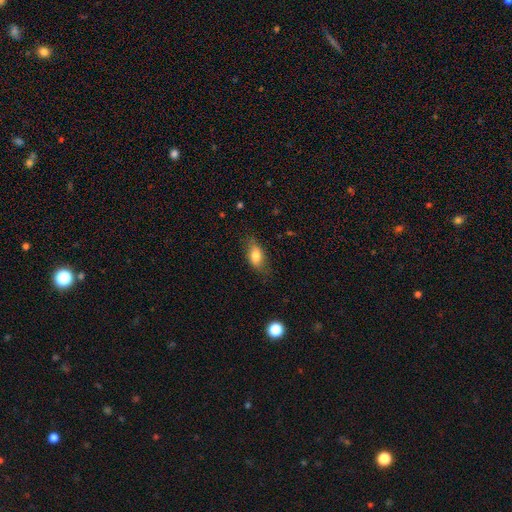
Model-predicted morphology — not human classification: Smooth or featured?
  - smooth: 78% *
  - featured or disk: 15%
  - star or artifact: 8%
How rounded?
  - in between: 86% *
  - round: 8%
  - cigar-shaped: 6%
Merging?
  - none: 72% *
  - minor disturbance: 21%
  - major disturbance: 6%
  - merger: 1%